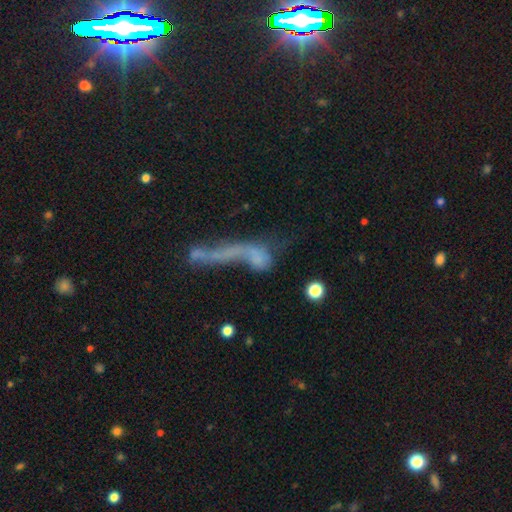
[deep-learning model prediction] Smooth or featured? smooth (47%)
Merging? merger (40%)